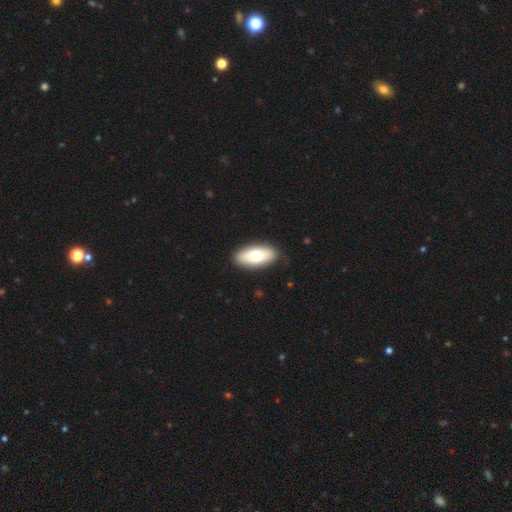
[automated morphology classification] smooth 71%, featured or disk 23%, star or artifact 6%. Down the decision tree: how rounded — in between (91%); merging — none (88%).